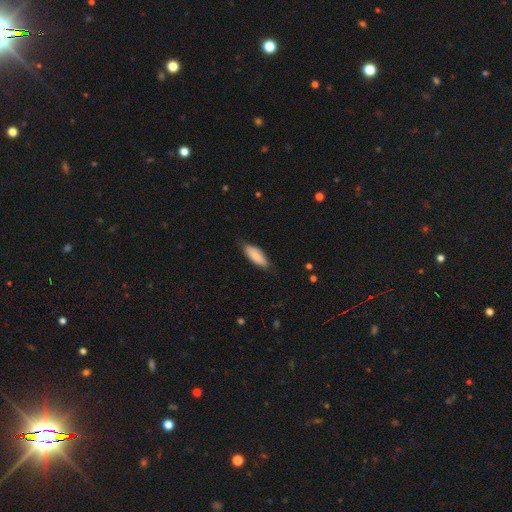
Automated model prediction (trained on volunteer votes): smooth_or_featured: smooth (p=0.84) [alt: featured or disk p=0.11]
how_rounded: in between (p=0.73) [alt: cigar-shaped p=0.25]
merging: none (p=0.75) [alt: minor disturbance p=0.21]